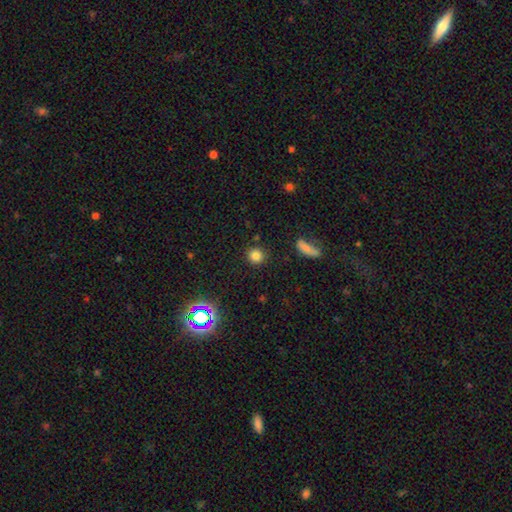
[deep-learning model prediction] Smooth or featured? smooth (81%)
How rounded? round (92%)
Merging? none (89%)